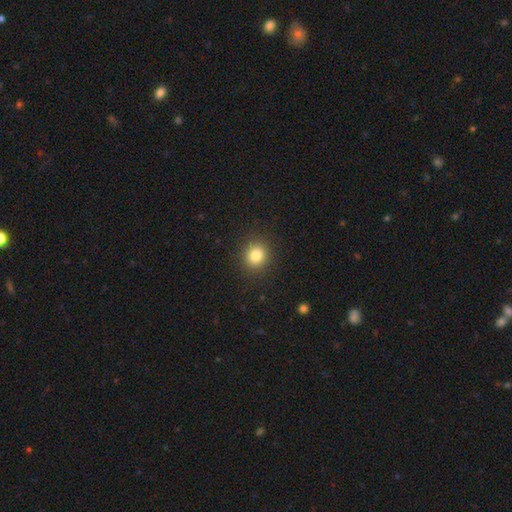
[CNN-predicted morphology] This is clearly a smooth galaxy (83%). How rounded: clearly round (81%). Merging: clearly none (90%).